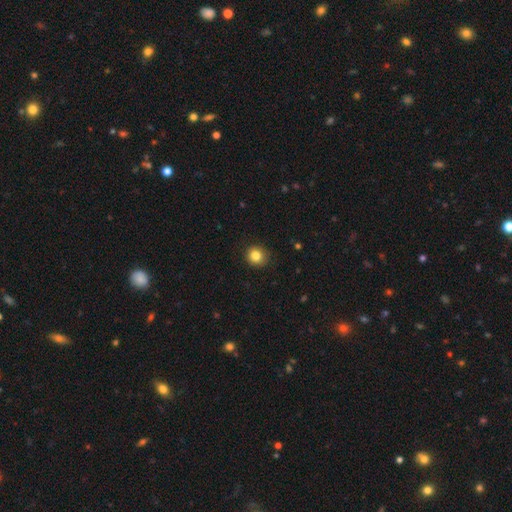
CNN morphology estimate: A smooth galaxy with no disk features (84%) that is round (88%). Merging: none (88%).